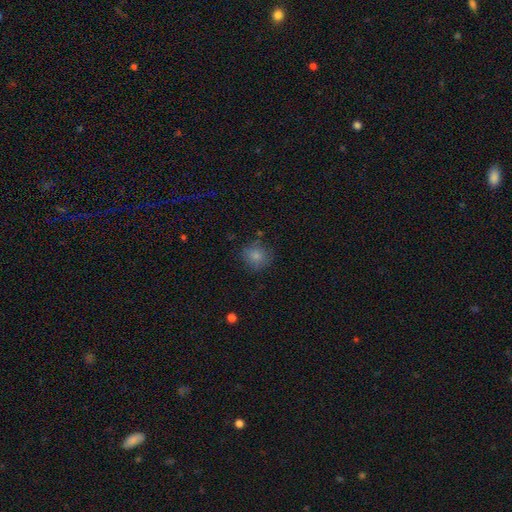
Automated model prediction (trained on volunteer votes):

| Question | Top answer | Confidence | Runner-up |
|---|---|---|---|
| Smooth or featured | smooth | 82% | star or artifact (11%) |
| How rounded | round | 87% | in between (13%) |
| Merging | none | 78% | minor disturbance (15%) |